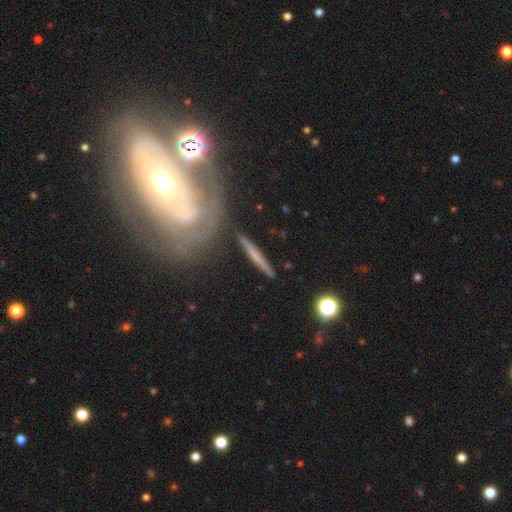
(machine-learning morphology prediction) Overall: featured or disk (49%; smooth 43%). Merging: none (85%).